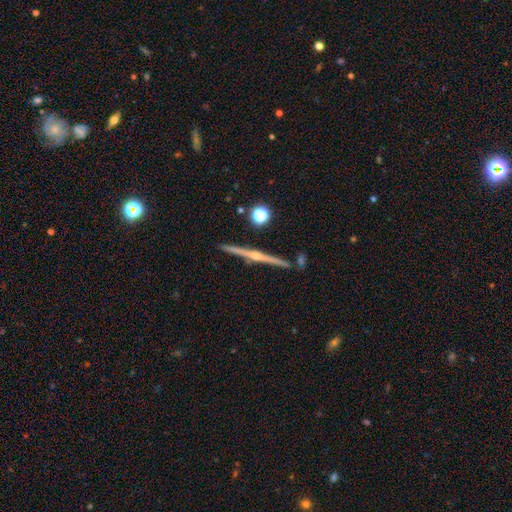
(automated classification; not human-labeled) smooth-or-featured: featured or disk: 86% | smooth: 9% | star or artifact: 6%
  disk-edge-on: yes: 99% | no: 1%
    edge-on-bulge: rounded: 88% | none: 8% | boxy: 4%
  merging: none: 91% | minor disturbance: 5% | merger: 2% | major disturbance: 1%